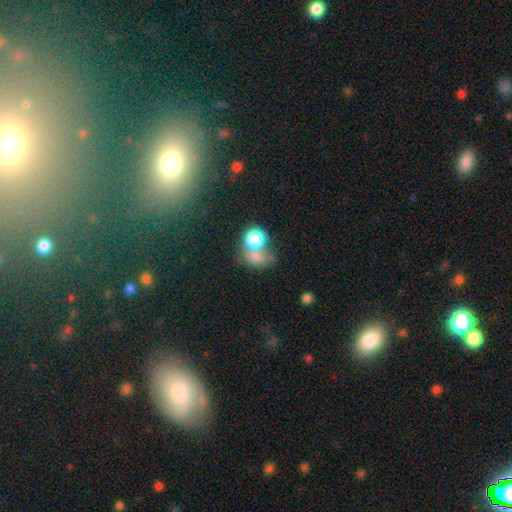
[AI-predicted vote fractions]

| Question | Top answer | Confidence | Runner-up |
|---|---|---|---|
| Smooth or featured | smooth | 66% | star or artifact (20%) |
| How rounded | round | 56% | in between (42%) |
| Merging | merger | 44% | none (35%) |